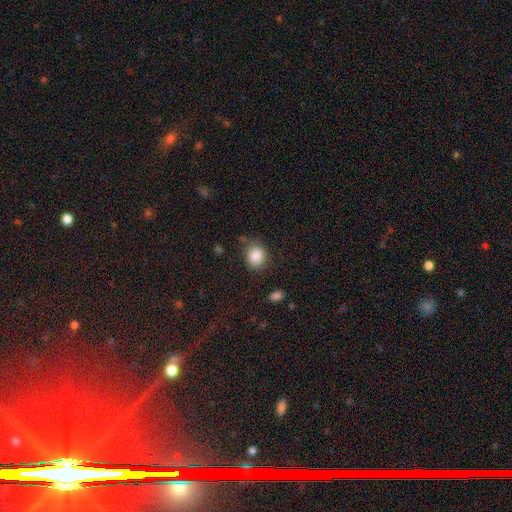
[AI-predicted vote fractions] A smooth galaxy with no disk features (84%) that is round (69%).

Vote fractions:
- Smooth or featured? smooth: 84% / star or artifact: 9% / featured or disk: 6%
- How rounded? round: 69% / in between: 30% / cigar-shaped: 1%
- Merging? none: 71% / minor disturbance: 20% / major disturbance: 6% / merger: 3%